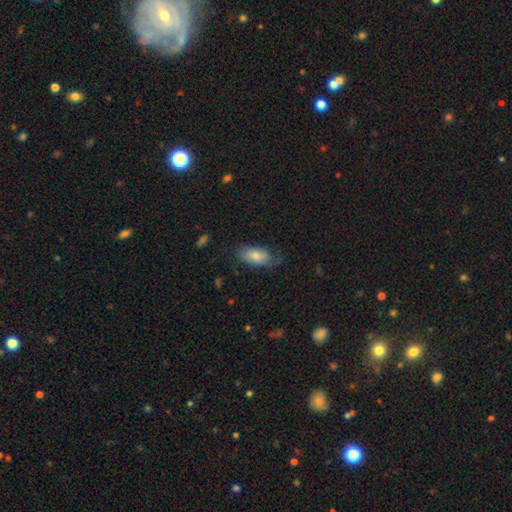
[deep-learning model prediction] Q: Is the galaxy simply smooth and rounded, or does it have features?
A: smooth — 69%.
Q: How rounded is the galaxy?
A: in between — 91%.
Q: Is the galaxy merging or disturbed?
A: none — 62%.